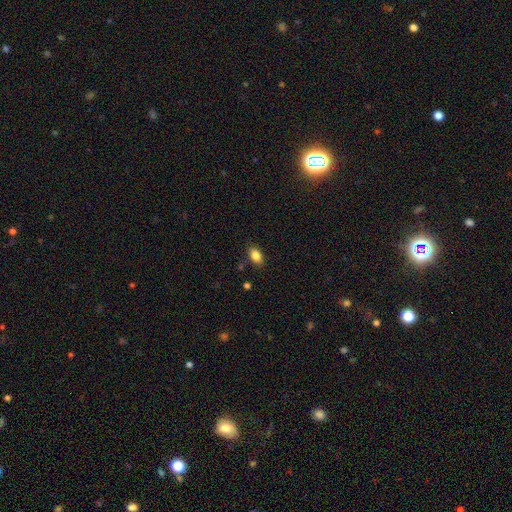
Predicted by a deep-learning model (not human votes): smooth 84%, star or artifact 9%, featured or disk 7%. Down the decision tree: how rounded — in between (89%); merging — none (84%).